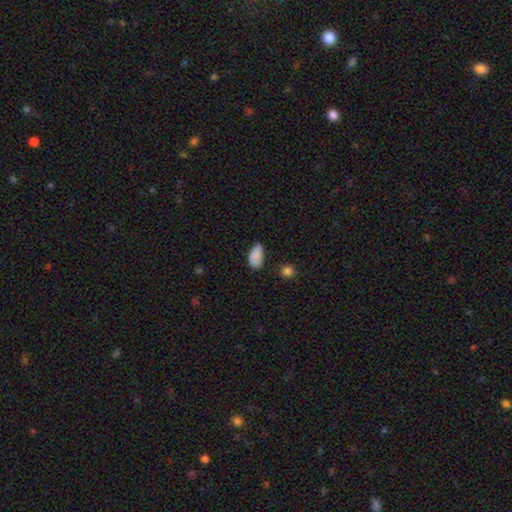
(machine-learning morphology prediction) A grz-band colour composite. It shows a smooth galaxy with no disk features (86%) that is in between round and cigar-shaped (92%). Merging: none (59%).